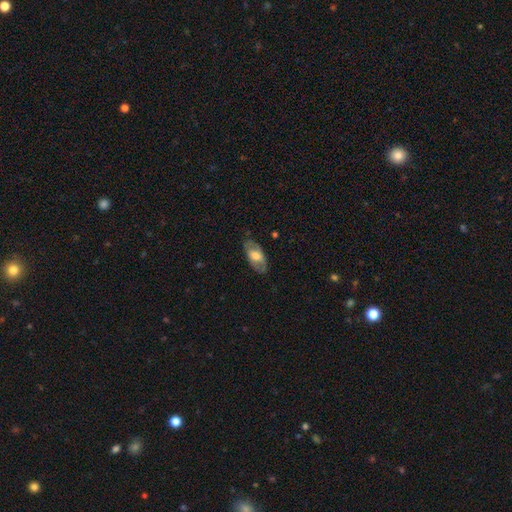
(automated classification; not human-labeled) smooth-or-featured: smooth: 48% | featured or disk: 46% | star or artifact: 6%
  merging: none: 79% | minor disturbance: 15% | major disturbance: 5% | merger: 1%